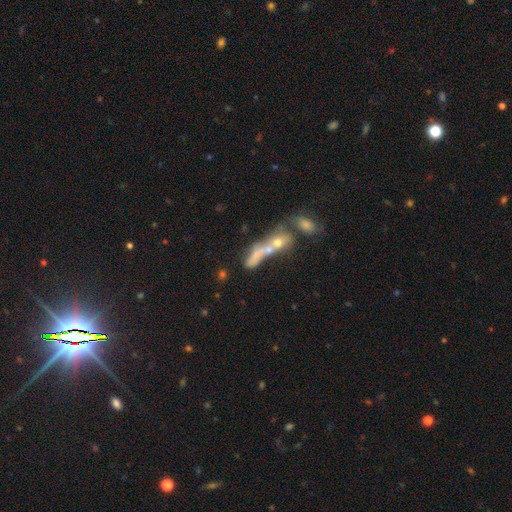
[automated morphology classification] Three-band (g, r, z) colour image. It shows a smooth galaxy with no disk features (53%) that is cigar-shaped (50%). Merging: merger (58%).